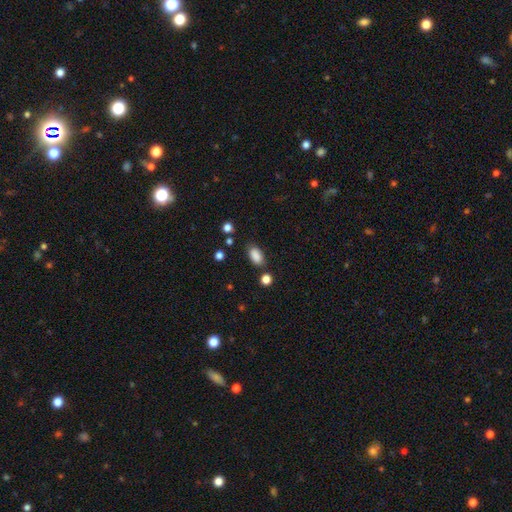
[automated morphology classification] Smooth or featured?
  - smooth: 87% *
  - star or artifact: 9%
  - featured or disk: 4%
How rounded?
  - in between: 91% *
  - round: 6%
  - cigar-shaped: 3%
Merging?
  - none: 77% *
  - minor disturbance: 14%
  - merger: 5%
  - major disturbance: 4%